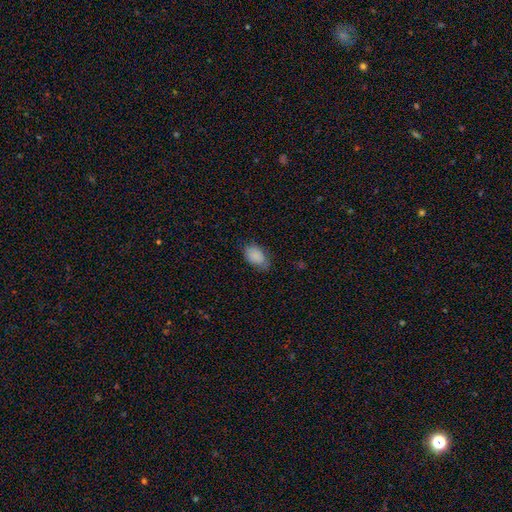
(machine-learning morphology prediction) The model was most divided on "merging": none: 71%, minor disturbance: 23%, major disturbance: 5%, merger: 1%. More confident: how rounded — in between (90%); smooth or featured — smooth (87%).